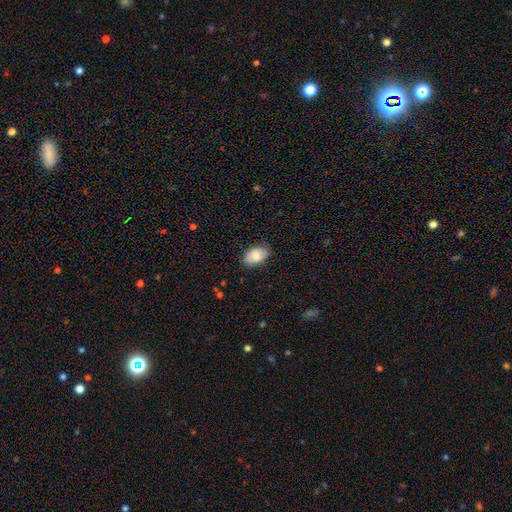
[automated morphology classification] A smooth galaxy with no disk features (80%) that is in between round and cigar-shaped (91%). Merging: none (81%).